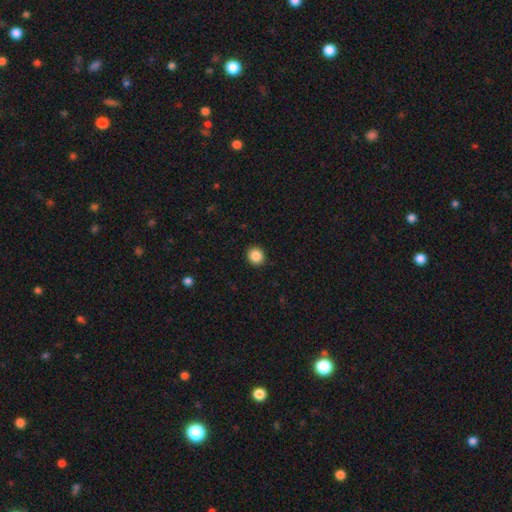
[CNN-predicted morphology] A smooth galaxy with no disk features (87%) that is round (85%). Merging: none (92%).